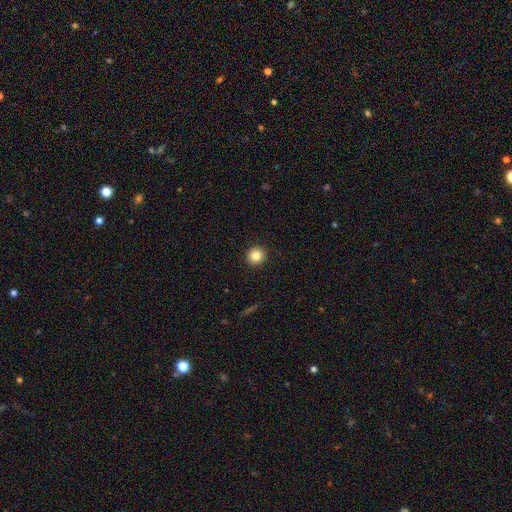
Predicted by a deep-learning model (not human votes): Smooth or featured? Predicted: smooth (p=0.84). How rounded? Predicted: round (p=0.94). Merging? Predicted: none (p=0.93).